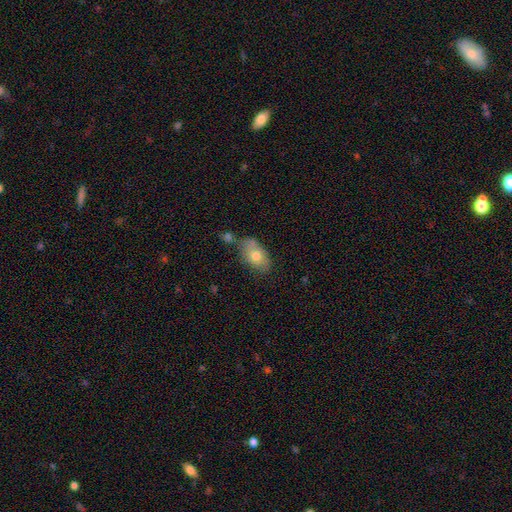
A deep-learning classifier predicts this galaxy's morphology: This is likely a smooth galaxy (71%). How rounded: clearly in between (88%). Merging: possibly none (54%).